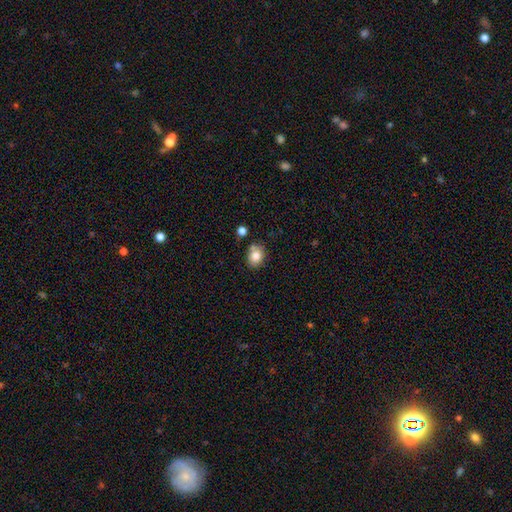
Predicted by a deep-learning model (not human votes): smooth-or-featured: smooth: 81% | star or artifact: 10% | featured or disk: 9%
  how-rounded: in between: 52% | round: 47% | cigar-shaped: 1%
  merging: none: 71% | minor disturbance: 14% | merger: 12% | major disturbance: 3%